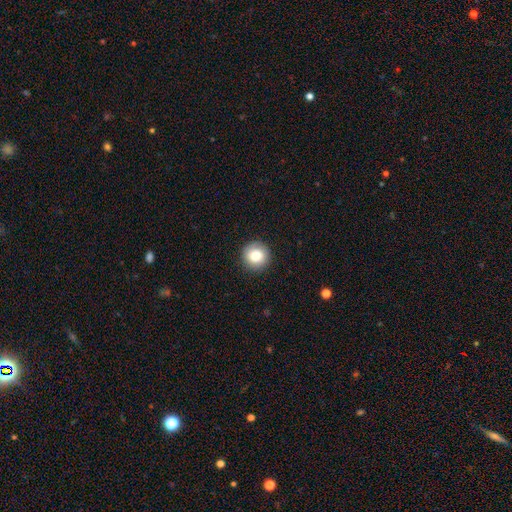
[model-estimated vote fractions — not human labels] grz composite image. It shows a smooth galaxy with no disk features (81%) that is round (94%). Merging: none (90%).